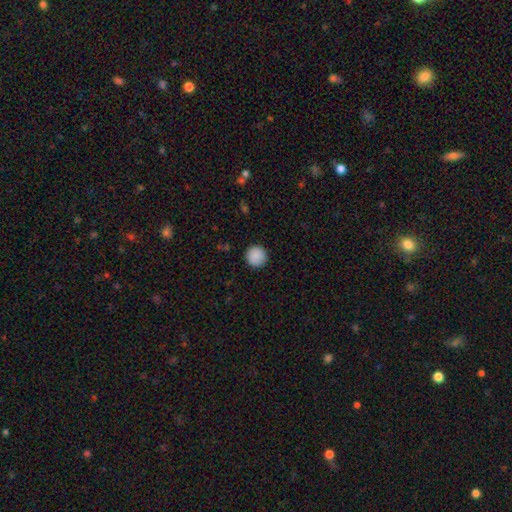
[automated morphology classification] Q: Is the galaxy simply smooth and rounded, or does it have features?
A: smooth — 89%.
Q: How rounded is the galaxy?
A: round — 96%.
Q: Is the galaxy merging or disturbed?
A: none — 92%.